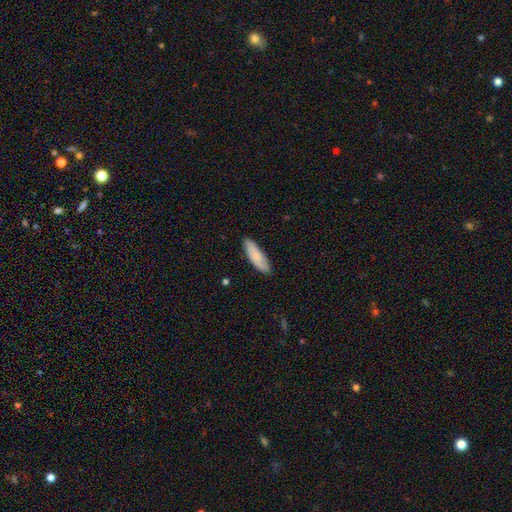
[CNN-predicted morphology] Smooth or featured: smooth — 78% (featured or disk — 17%)
How rounded: in between — 50% (cigar-shaped — 48%)
Merging: none — 83% (minor disturbance — 14%)